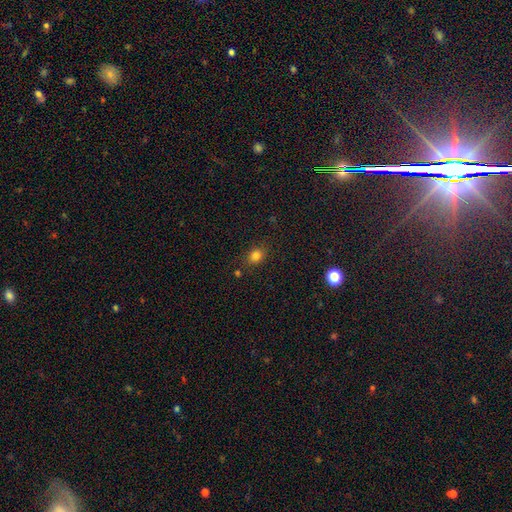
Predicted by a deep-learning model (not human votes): This is likely a smooth galaxy (80%). How rounded: possibly round (56%). Merging: clearly none (80%).